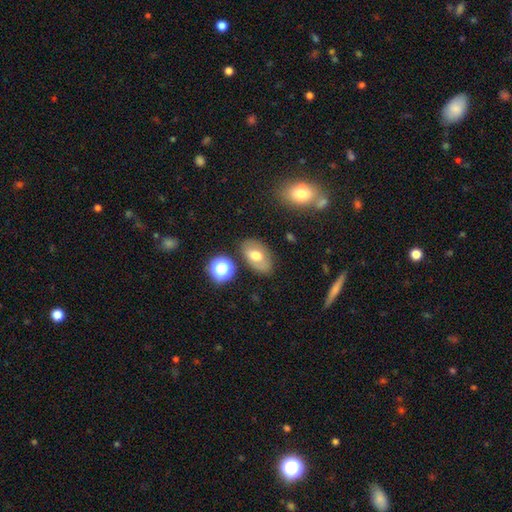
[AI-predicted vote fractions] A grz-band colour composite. It shows a smooth galaxy with no disk features (62%) that is in between round and cigar-shaped (88%). Merging: none (75%).